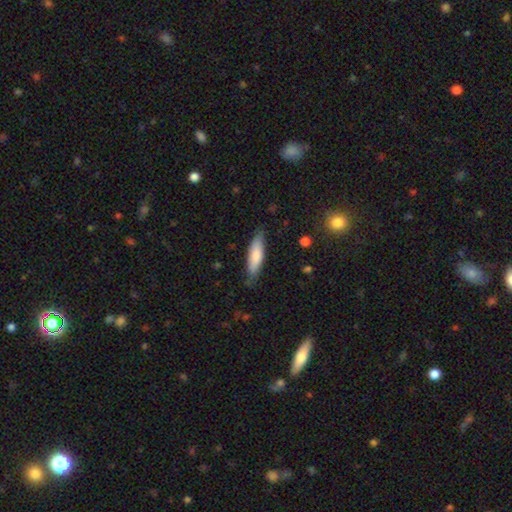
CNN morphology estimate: This is likely a smooth galaxy (79%). How rounded: possibly cigar-shaped (57%). Merging: clearly none (80%).